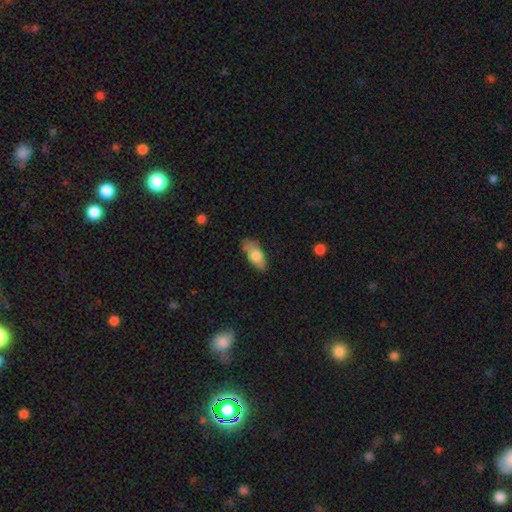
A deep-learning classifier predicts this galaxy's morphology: The model was most divided on "merging": none: 68%, minor disturbance: 24%, major disturbance: 6%, merger: 2%. More confident: how rounded — in between (79%); smooth or featured — smooth (72%).